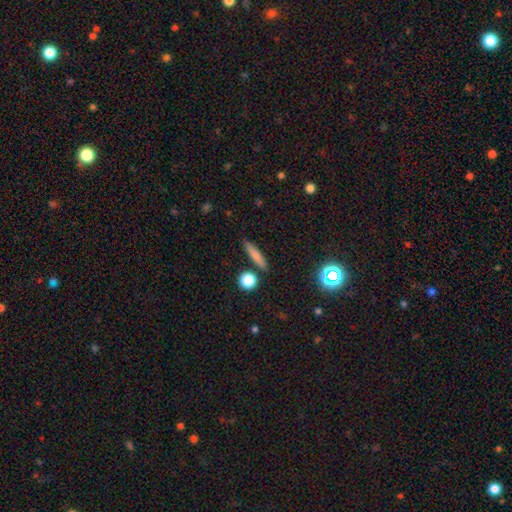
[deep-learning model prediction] A smooth galaxy with no disk features (75%) that is cigar-shaped (81%). Merging: none (85%).